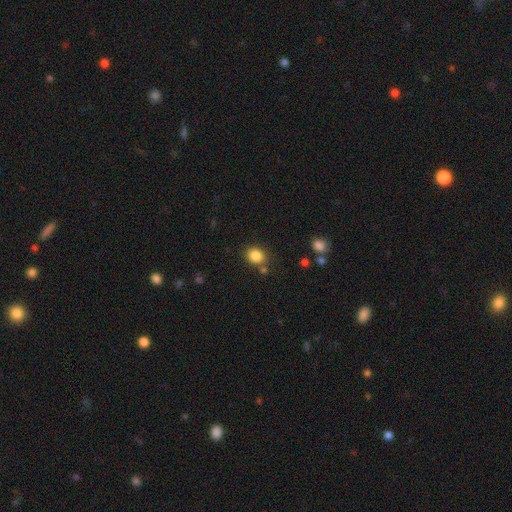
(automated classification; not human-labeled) Smooth or featured?
  - smooth: 85% *
  - star or artifact: 10%
  - featured or disk: 5%
How rounded?
  - round: 64% *
  - in between: 35%
  - cigar-shaped: 1%
Merging?
  - none: 77% *
  - minor disturbance: 12%
  - merger: 8%
  - major disturbance: 4%